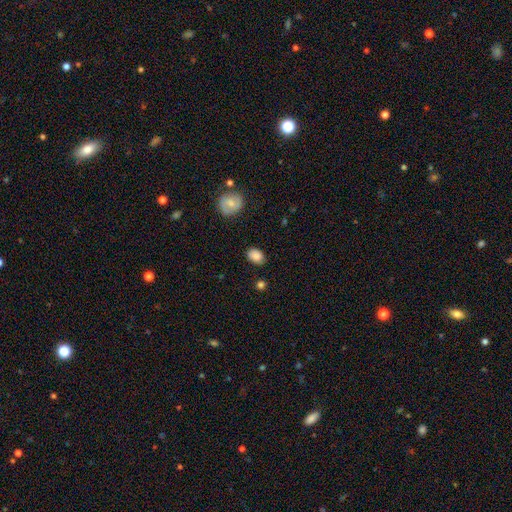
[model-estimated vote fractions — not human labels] smooth 86%, star or artifact 8%, featured or disk 7%. Down the decision tree: how rounded — in between (74%); merging — none (82%).